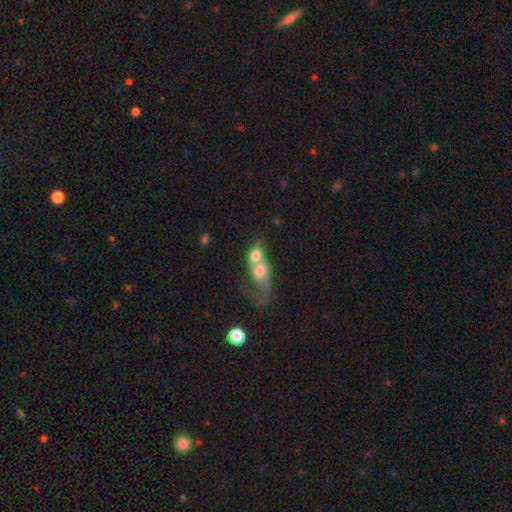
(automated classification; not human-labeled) Overall: smooth (58%; featured or disk 33%). How rounded: round (48%, tied with in between). Merging: merger (80%).